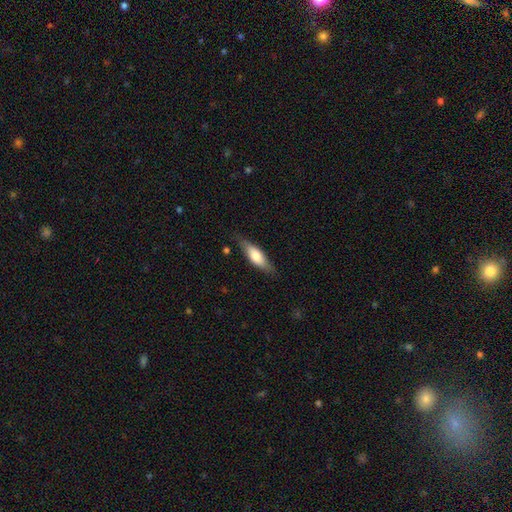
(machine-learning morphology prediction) The model was most divided on "how rounded": in between: 55%, cigar-shaped: 43%, round: 2%. More confident: merging — none (77%); smooth or featured — smooth (66%).